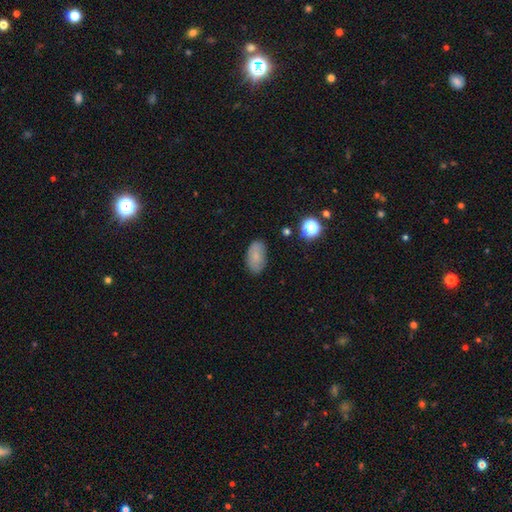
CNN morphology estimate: A smooth galaxy with no disk features (75%) that is in between round and cigar-shaped (91%). Merging: none (79%).